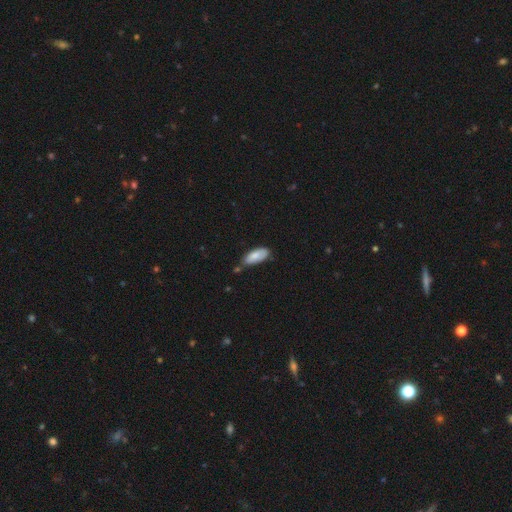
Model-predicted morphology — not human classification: Q: Smooth or featured?
A: smooth (81%); runner-up: featured or disk (12%)
Q: How rounded?
A: in between (82%); runner-up: cigar-shaped (17%)
Q: Merging?
A: none (53%); runner-up: minor disturbance (32%)